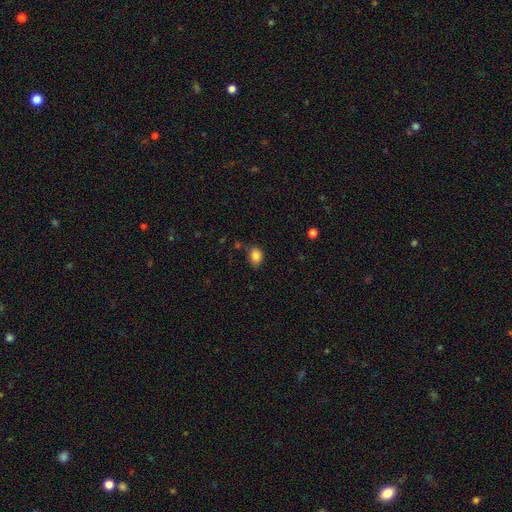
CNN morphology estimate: smooth-or-featured: smooth: 85% | star or artifact: 10% | featured or disk: 5%
  how-rounded: in between: 57% | round: 42% | cigar-shaped: 1%
  merging: none: 71% | minor disturbance: 19% | merger: 5% | major disturbance: 4%